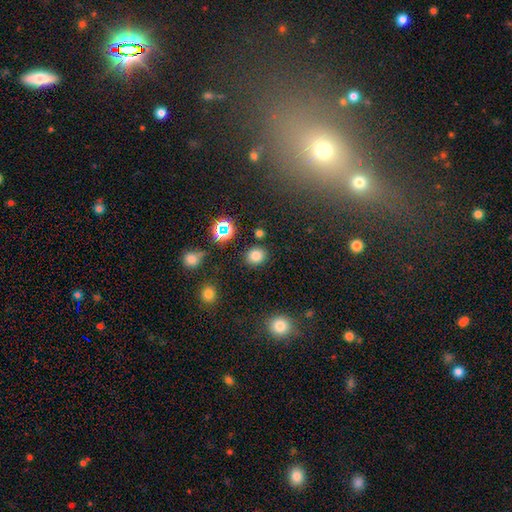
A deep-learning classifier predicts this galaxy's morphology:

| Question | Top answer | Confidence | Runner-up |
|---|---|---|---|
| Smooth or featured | smooth | 77% | star or artifact (17%) |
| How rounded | round | 79% | in between (20%) |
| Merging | none | 86% | minor disturbance (8%) |